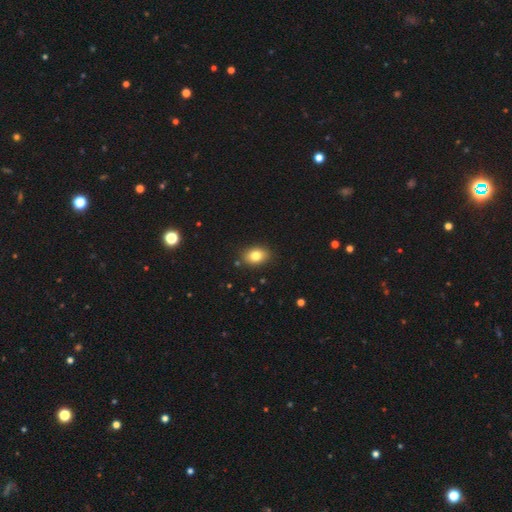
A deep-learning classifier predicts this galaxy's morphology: Smooth or featured: smooth — 81% (star or artifact — 10%)
How rounded: in between — 75% (round — 23%)
Merging: none — 87% (minor disturbance — 9%)